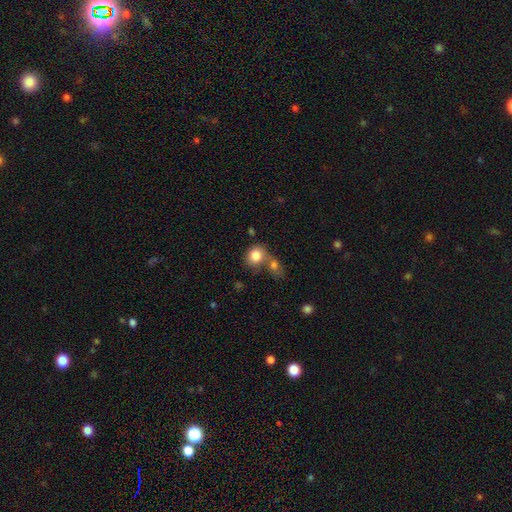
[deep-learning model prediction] Overall: smooth (82%). How rounded: round (69%; in between 30%). Merging: merger (43%; none 41%).